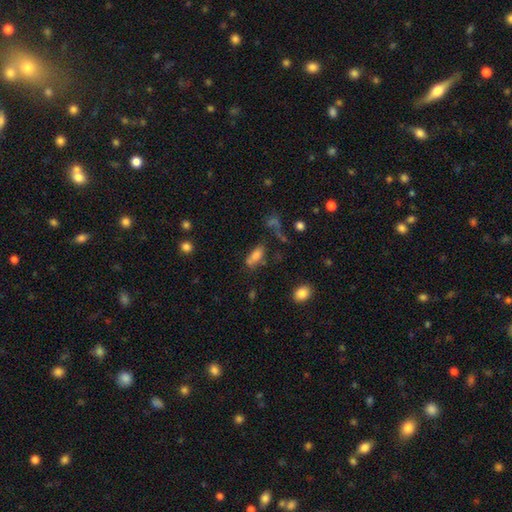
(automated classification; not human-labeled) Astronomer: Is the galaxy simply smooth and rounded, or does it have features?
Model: smooth — 74%.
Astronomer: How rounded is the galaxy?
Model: in between — 76%.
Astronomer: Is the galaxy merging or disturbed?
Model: none — 54%.